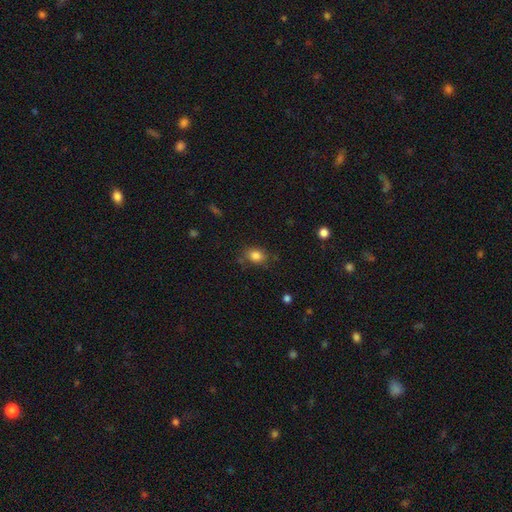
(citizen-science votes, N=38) Smooth or featured? 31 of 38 (82%) said smooth. How rounded? 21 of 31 (68%) said in between. Merging? 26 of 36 (72%) said none.